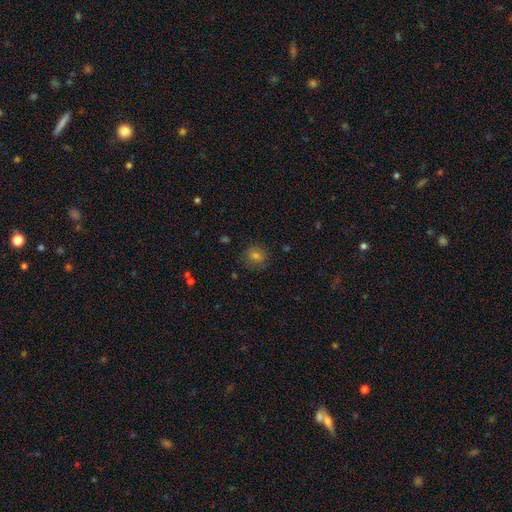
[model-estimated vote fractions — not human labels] smooth 67%, star or artifact 20%, featured or disk 13%. Down the decision tree: how rounded — round (83%); merging — none (84%).